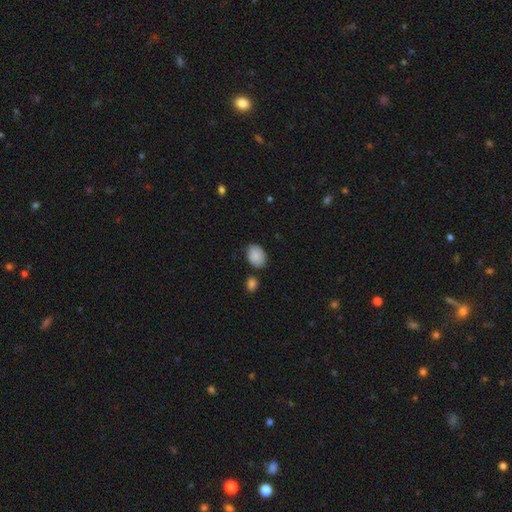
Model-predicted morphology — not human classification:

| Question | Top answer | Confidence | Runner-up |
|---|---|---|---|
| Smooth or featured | smooth | 88% | star or artifact (7%) |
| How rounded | in between | 80% | round (19%) |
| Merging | none | 76% | minor disturbance (15%) |